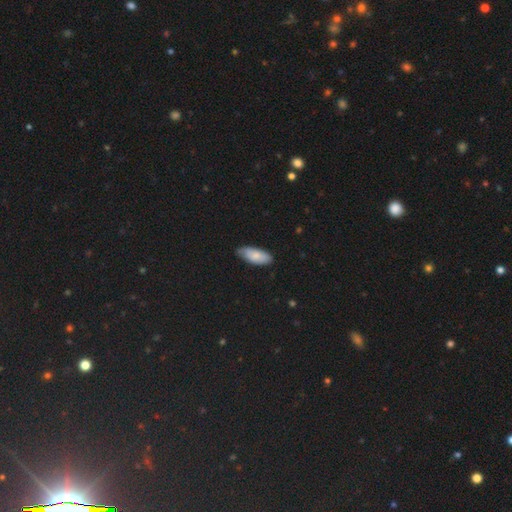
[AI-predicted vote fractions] This is likely a smooth galaxy (78%). How rounded: clearly in between (86%). Merging: likely none (71%).